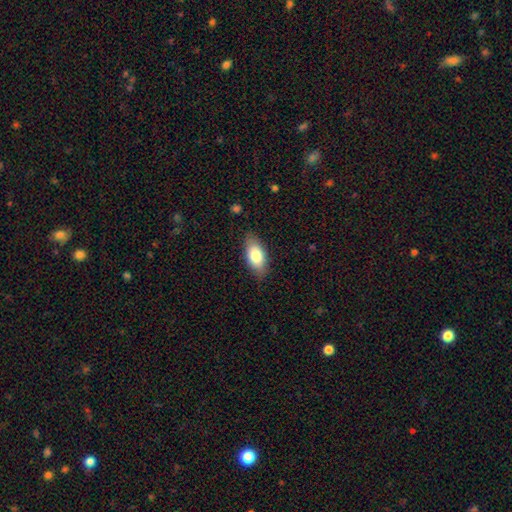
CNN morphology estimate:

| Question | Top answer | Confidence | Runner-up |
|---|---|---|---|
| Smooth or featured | smooth | 79% | featured or disk (14%) |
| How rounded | in between | 90% | cigar-shaped (7%) |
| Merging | none | 83% | minor disturbance (13%) |